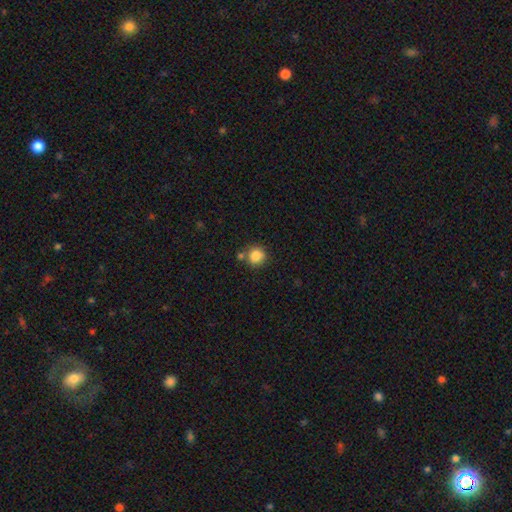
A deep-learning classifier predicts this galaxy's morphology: Smooth or featured: smooth — 85% (star or artifact — 10%)
How rounded: round — 89% (in between — 10%)
Merging: none — 71% (merger — 14%)